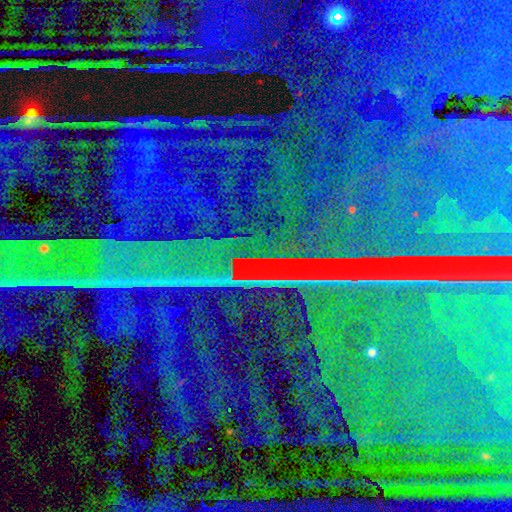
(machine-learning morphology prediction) Smooth or featured? Predicted: star or artifact (p=0.87).